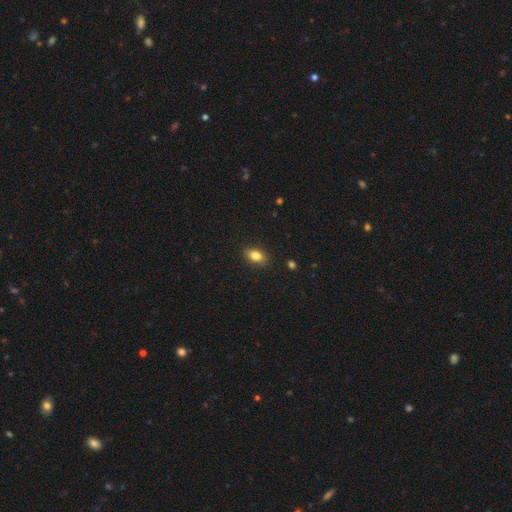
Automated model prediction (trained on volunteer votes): Morphology: type=smooth (83%); roundness=in between (86%); merging=none (88%).